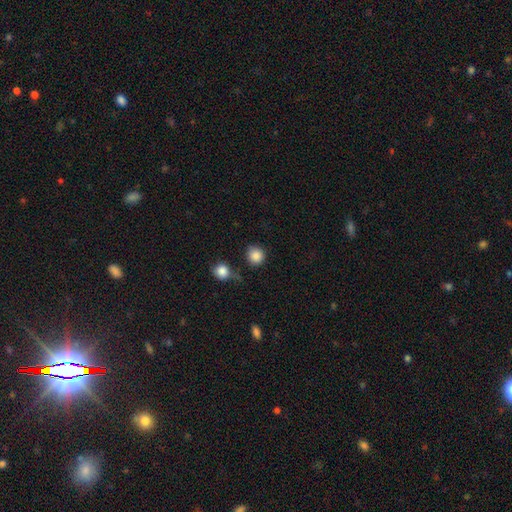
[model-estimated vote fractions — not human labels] smooth 87%, star or artifact 10%, featured or disk 4%. Down the decision tree: how rounded — round (91%); merging — none (77%).